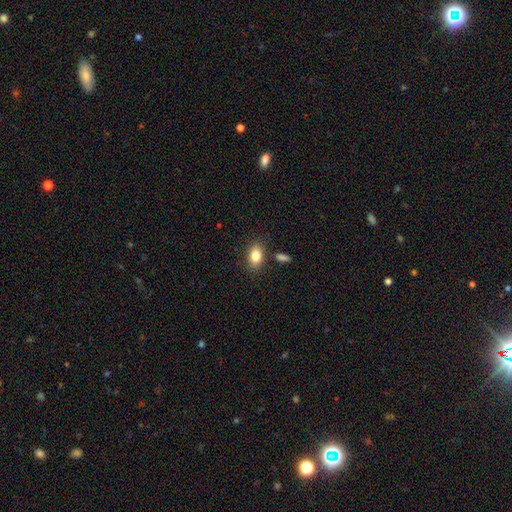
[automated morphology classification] Smooth or featured?
  - smooth: 84% *
  - star or artifact: 8%
  - featured or disk: 8%
How rounded?
  - in between: 84% *
  - round: 14%
  - cigar-shaped: 2%
Merging?
  - none: 81% *
  - minor disturbance: 11%
  - merger: 5%
  - major disturbance: 3%